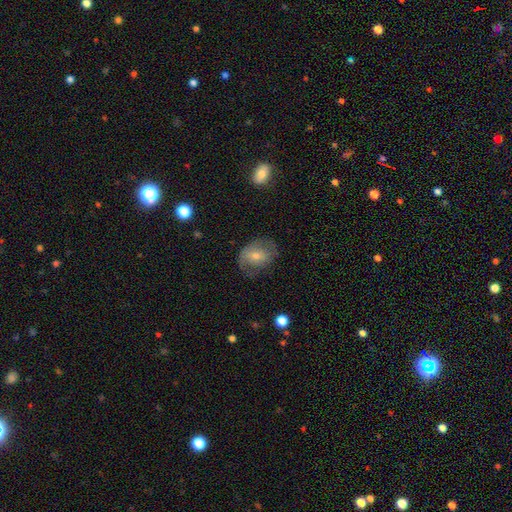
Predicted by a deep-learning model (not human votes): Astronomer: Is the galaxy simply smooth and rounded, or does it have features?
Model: smooth — 53% (runner-up: featured or disk, 39%).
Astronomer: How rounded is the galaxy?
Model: in between — 67%.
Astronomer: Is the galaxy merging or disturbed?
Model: none — 58%.